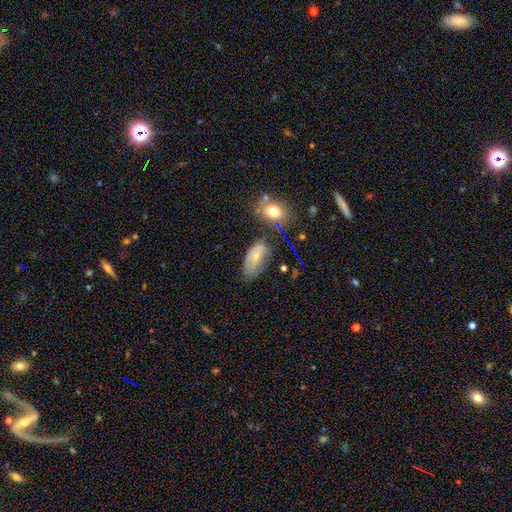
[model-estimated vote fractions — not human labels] The model was most divided on "smooth or featured": smooth: 46%, featured or disk: 42%, star or artifact: 13%. More confident: merging — none (50%).